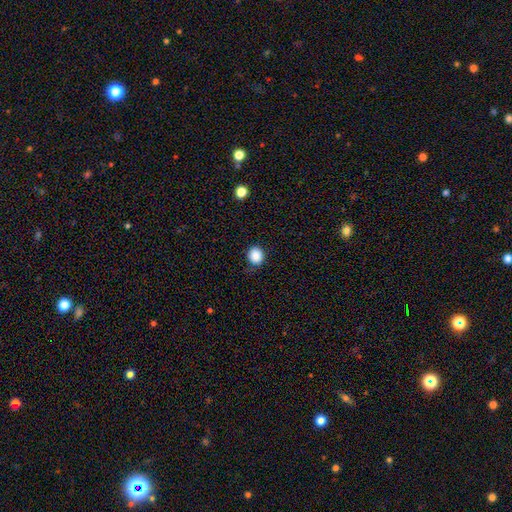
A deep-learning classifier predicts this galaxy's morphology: Smooth or featured: smooth — 87% (star or artifact — 10%)
How rounded: round — 80% (in between — 19%)
Merging: none — 80% (minor disturbance — 15%)